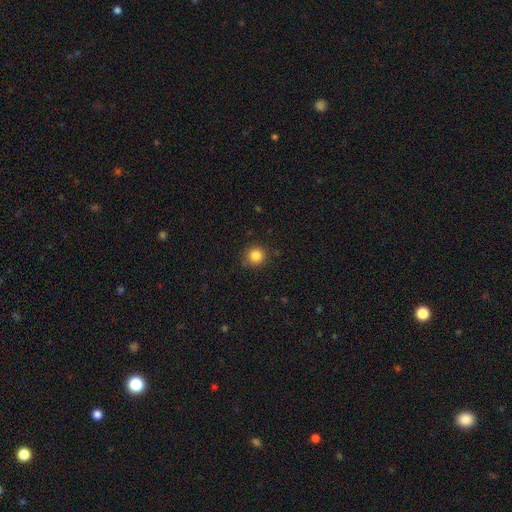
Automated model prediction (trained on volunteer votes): Morphology: type=smooth (85%); roundness=round (93%); merging=none (87%).